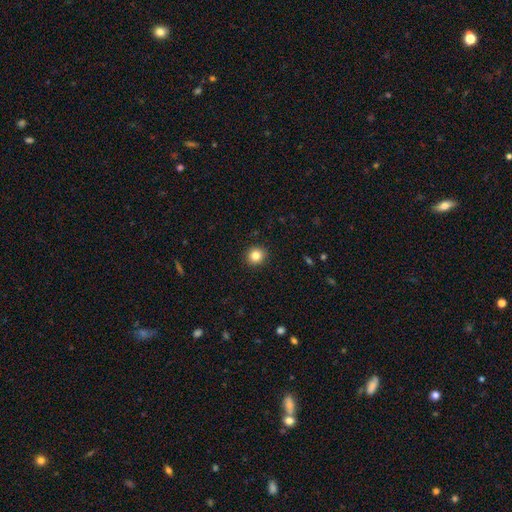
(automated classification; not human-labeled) This is clearly a smooth galaxy (84%). How rounded: clearly round (88%). Merging: clearly none (92%).